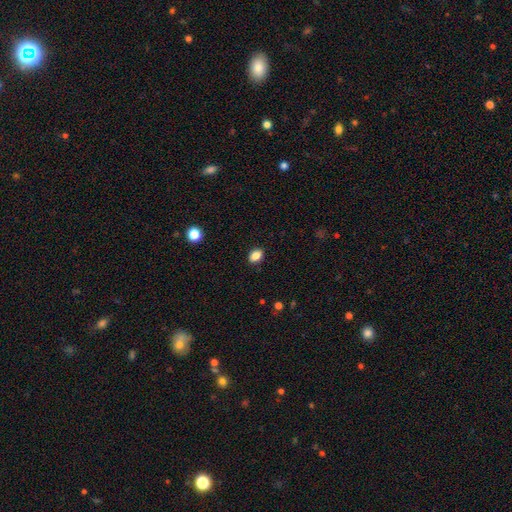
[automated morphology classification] type=smooth (86%); roundness=in between (67%); merging=none (89%).